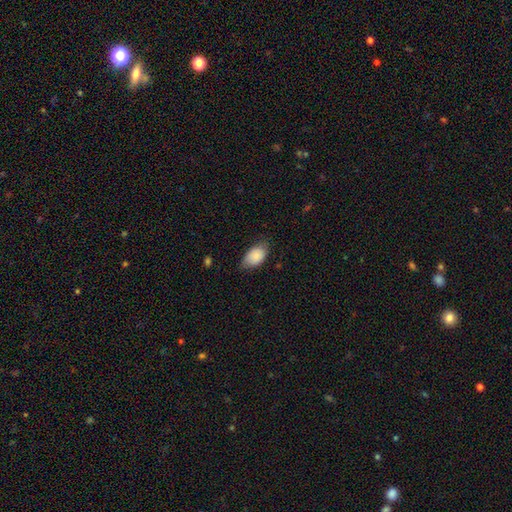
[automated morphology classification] This appears to be a smooth galaxy with no disk features (84%) that is in between round and cigar-shaped (91%). Merging: none (63%).